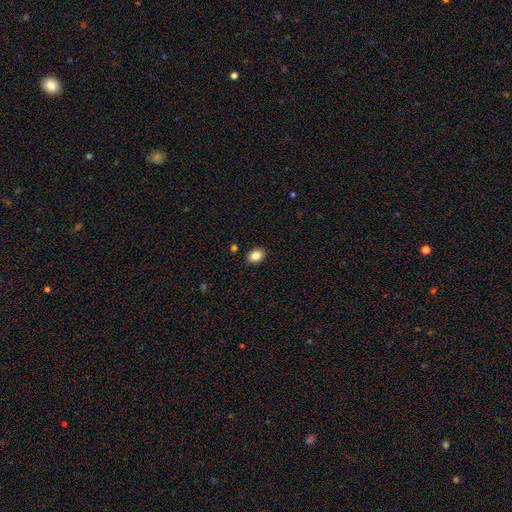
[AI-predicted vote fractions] This appears to be a smooth galaxy with no disk features (86%) that is in between round and cigar-shaped (61%). Merging: none (89%).